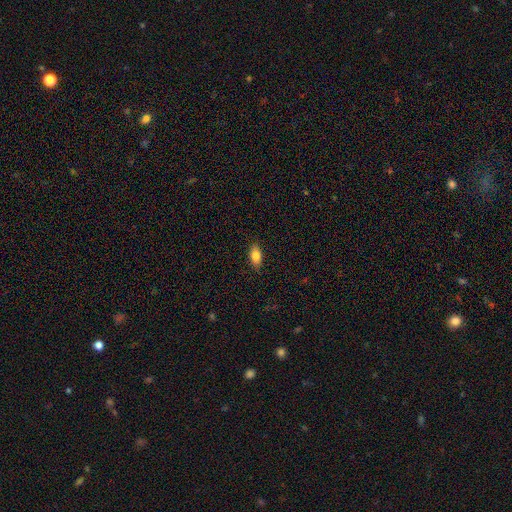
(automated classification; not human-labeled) A smooth galaxy with no disk features (81%) that is in between round and cigar-shaped (87%).

Vote fractions:
- Smooth or featured? smooth: 81% / featured or disk: 12% / star or artifact: 7%
- How rounded? in between: 87% / cigar-shaped: 9% / round: 4%
- Merging? none: 85% / minor disturbance: 11% / major disturbance: 2% / merger: 1%